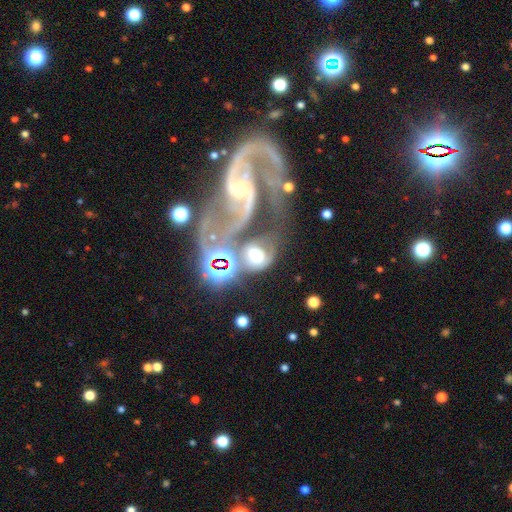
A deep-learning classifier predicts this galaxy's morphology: Smooth or featured? Predicted: featured or disk (p=0.48). Merging? Predicted: merger (p=0.54).